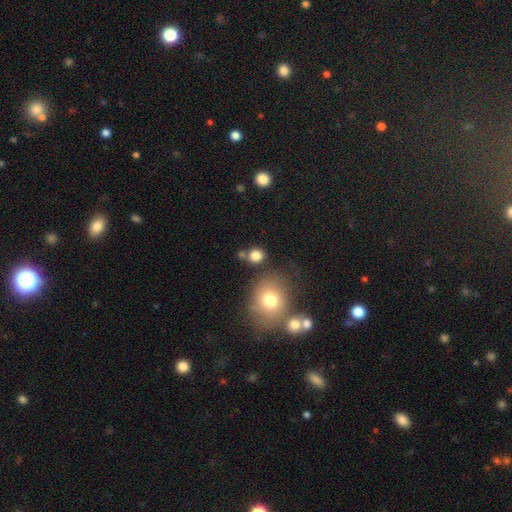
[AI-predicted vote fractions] The model was most divided on "how rounded": round: 78%, in between: 20%, cigar-shaped: 1%. More confident: smooth or featured — smooth (81%); merging — none (72%).